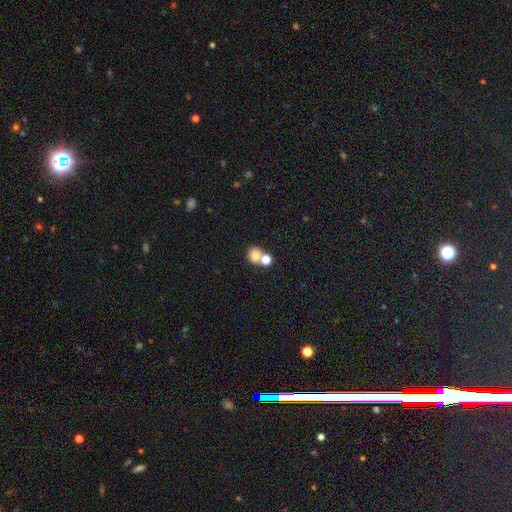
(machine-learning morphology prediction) A smooth galaxy with no disk features (78%) that is round (75%).

Vote fractions:
- Smooth or featured? smooth: 78% / star or artifact: 13% / featured or disk: 9%
- How rounded? round: 75% / in between: 24% / cigar-shaped: 1%
- Merging? merger: 44% / none: 43% / minor disturbance: 8% / major disturbance: 4%